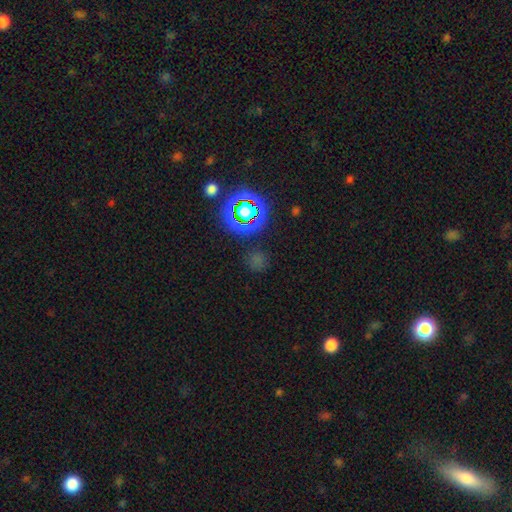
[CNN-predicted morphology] A star or artifact, not a galaxy (69%).